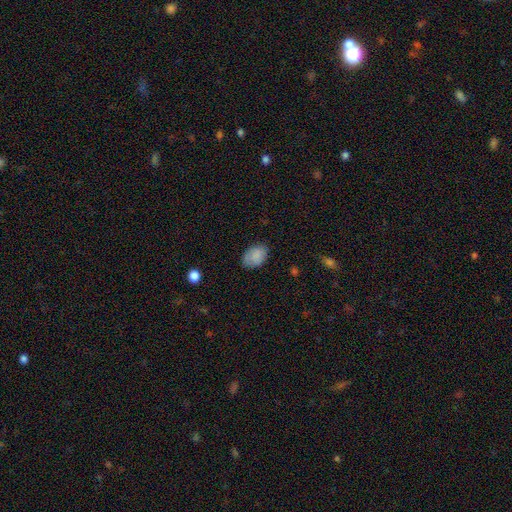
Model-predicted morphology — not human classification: Overall: smooth (85%). How rounded: in between (85%). Merging: none (77%).